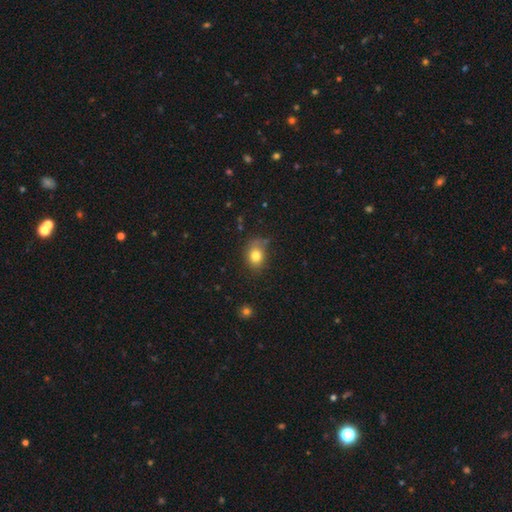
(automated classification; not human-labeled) smooth_or_featured: smooth (p=0.79) [alt: star or artifact p=0.11]
how_rounded: in between (p=0.52) [alt: round p=0.47]
merging: none (p=0.62) [alt: minor disturbance p=0.26]